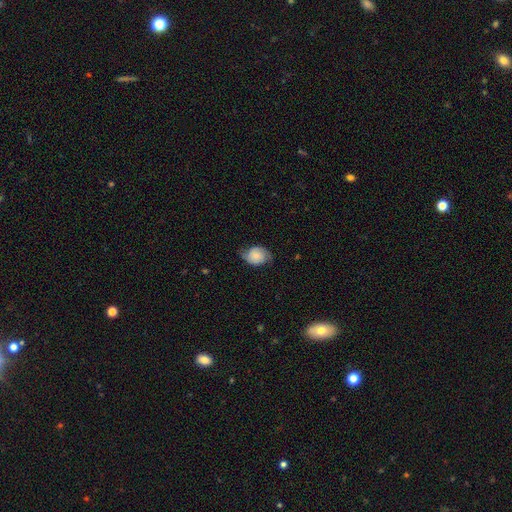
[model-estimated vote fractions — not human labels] This is possibly a featured or disk galaxy (48%). Merging: likely none (64%).